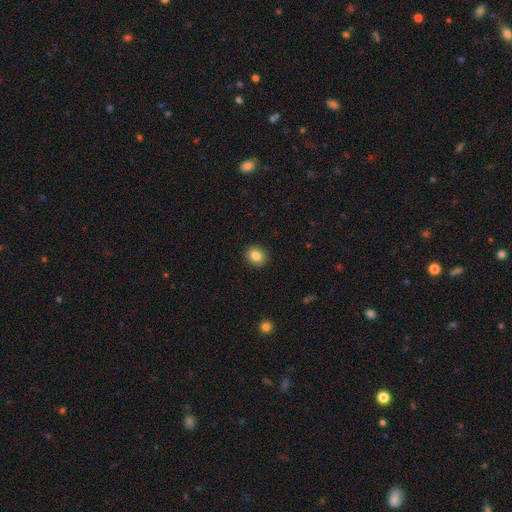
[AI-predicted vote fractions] This is clearly a smooth galaxy (84%). How rounded: likely round (63%). Merging: clearly none (90%).